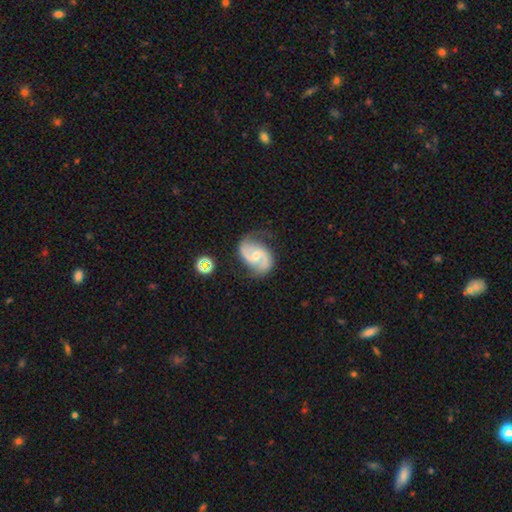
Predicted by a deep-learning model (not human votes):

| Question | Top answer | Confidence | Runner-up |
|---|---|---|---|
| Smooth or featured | featured or disk | 86% | smooth (9%) |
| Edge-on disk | no | 98% | yes (2%) |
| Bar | no | 45% | tied: weak (45%) |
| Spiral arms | yes | 96% | no (4%) |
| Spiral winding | medium | 53% | loose (29%) |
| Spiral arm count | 2 | 91% | can't tell (4%) |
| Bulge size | moderate | 53% | small (42%) |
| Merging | none | 70% | minor disturbance (20%) |